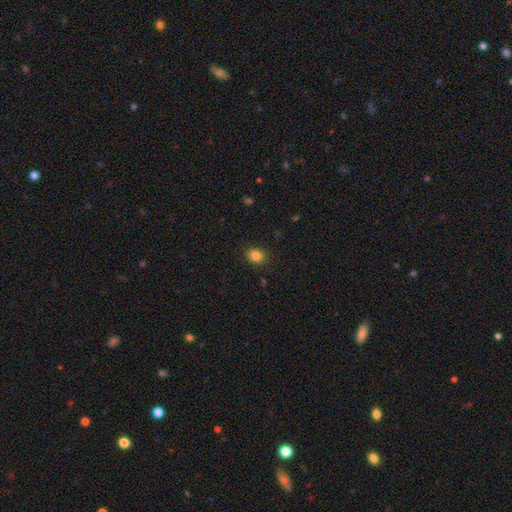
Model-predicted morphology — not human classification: The model was most divided on "how rounded": round: 66%, in between: 34%, cigar-shaped: 1%. More confident: merging — none (89%); smooth or featured — smooth (84%).